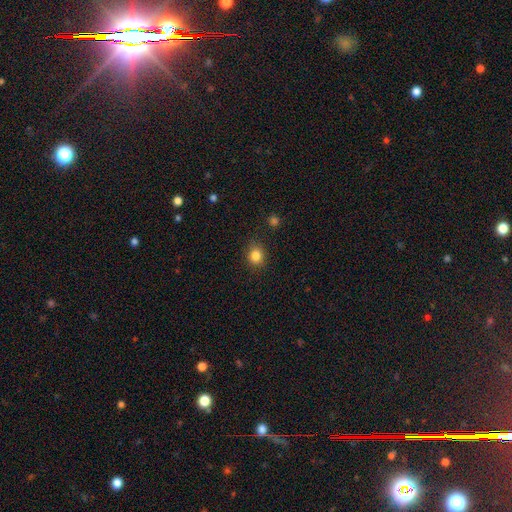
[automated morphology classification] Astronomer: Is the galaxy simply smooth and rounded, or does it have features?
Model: smooth — 84%.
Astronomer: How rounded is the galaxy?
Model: round — 77%.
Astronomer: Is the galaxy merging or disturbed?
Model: none — 87%.